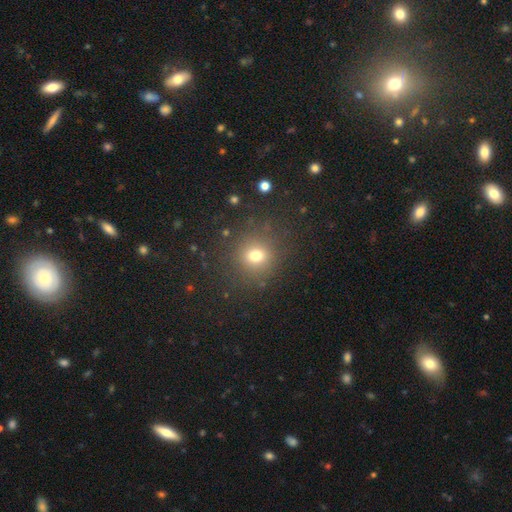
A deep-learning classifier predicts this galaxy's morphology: Overall: smooth (73%). How rounded: round (85%). Merging: none (84%).